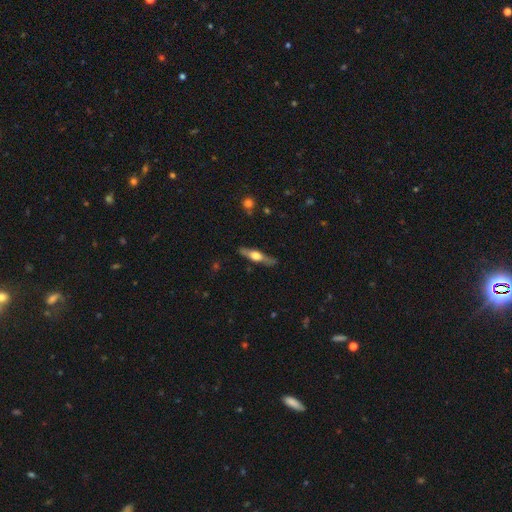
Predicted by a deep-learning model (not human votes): smooth_or_featured: featured or disk (p=0.63) [alt: smooth p=0.32]
disk_edge_on: yes (p=0.92) [alt: no p=0.08]
edge_on_bulge: rounded (p=0.91) [alt: boxy p=0.06]
merging: none (p=0.83) [alt: minor disturbance p=0.13]